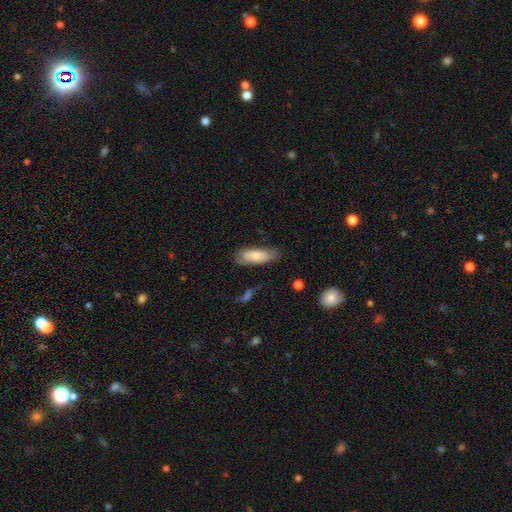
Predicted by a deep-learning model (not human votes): smooth 74%, featured or disk 19%, star or artifact 6%. Down the decision tree: how rounded — in between (66%); merging — none (70%).